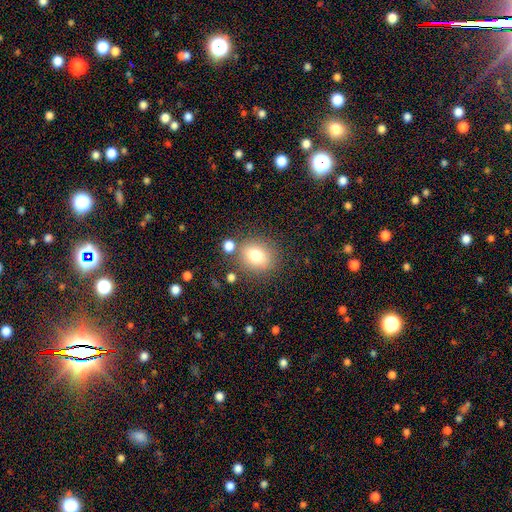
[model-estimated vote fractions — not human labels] smooth_or_featured: smooth (p=0.76) [alt: featured or disk p=0.13]
how_rounded: round (p=0.55) [alt: in between p=0.44]
merging: none (p=0.74) [alt: minor disturbance p=0.12]